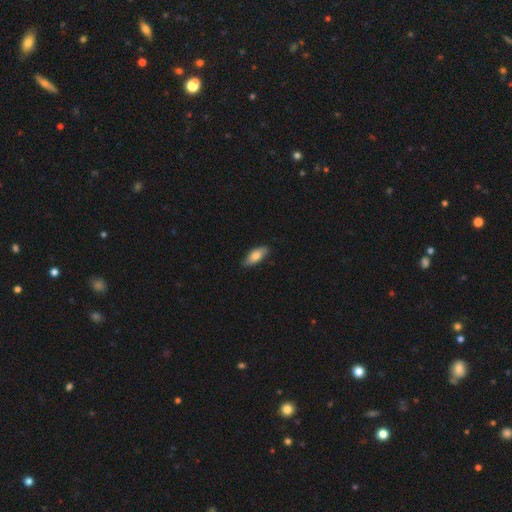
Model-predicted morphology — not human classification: type=smooth (79%); roundness=in between (78%); merging=none (84%).